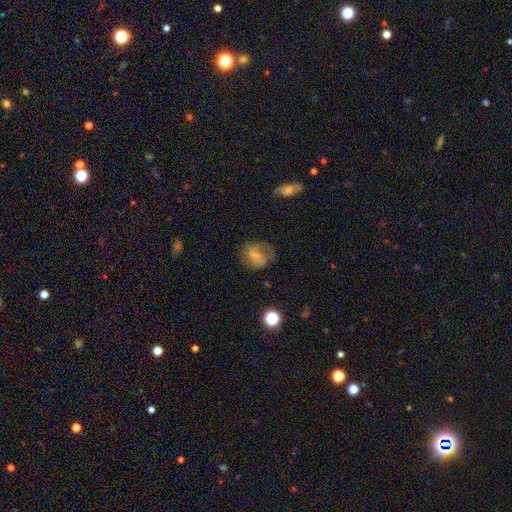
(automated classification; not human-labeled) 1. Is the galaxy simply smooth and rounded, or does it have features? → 46% smooth, 42% featured or disk, 12% star or artifact.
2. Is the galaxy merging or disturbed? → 58% none, 23% minor disturbance, 17% major disturbance, 2% merger.